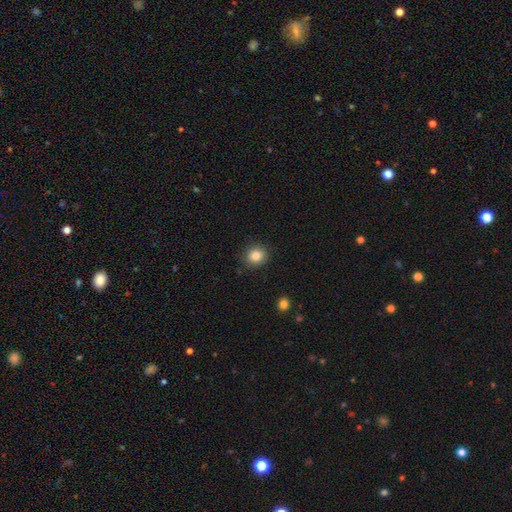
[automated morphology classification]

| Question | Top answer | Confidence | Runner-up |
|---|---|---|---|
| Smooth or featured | smooth | 83% | star or artifact (11%) |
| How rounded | round | 84% | in between (15%) |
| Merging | none | 90% | minor disturbance (7%) |